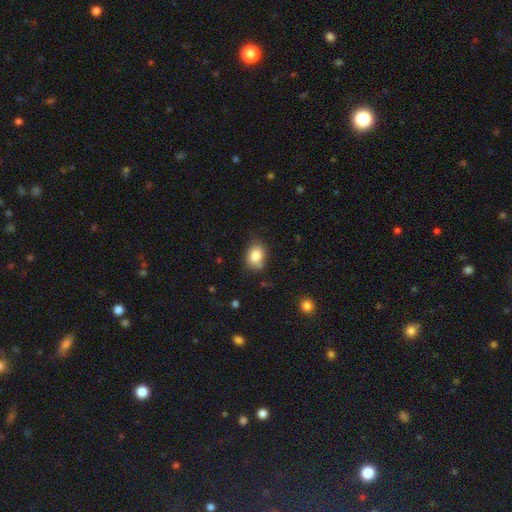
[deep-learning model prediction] Overall: smooth (83%). How rounded: in between (61%; round 38%). Merging: none (70%).